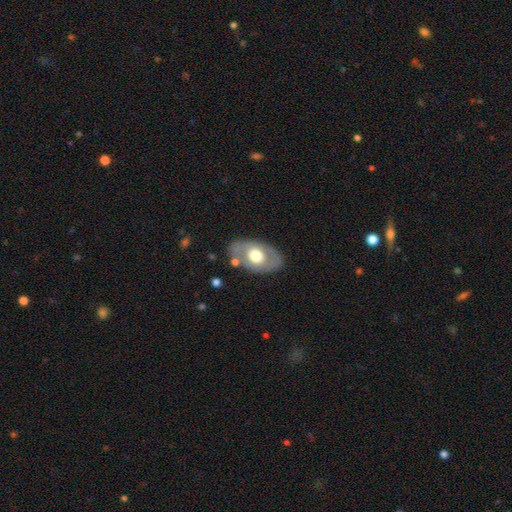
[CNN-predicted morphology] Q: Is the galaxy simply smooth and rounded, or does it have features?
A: smooth — 47%, tied with featured or disk.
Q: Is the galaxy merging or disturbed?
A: none — 76%.